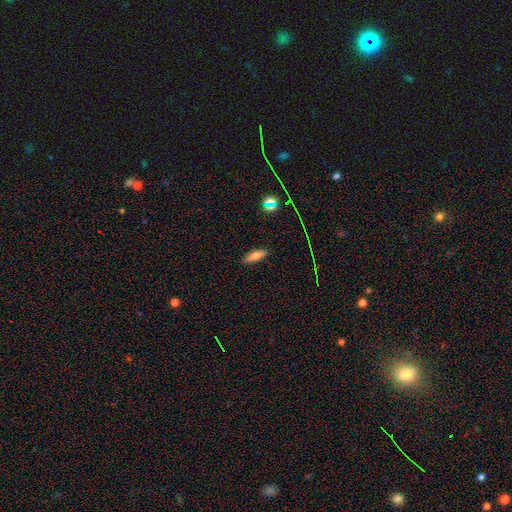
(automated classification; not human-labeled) This is likely a smooth galaxy (71%). How rounded: possibly in between (56%). Merging: clearly none (86%).